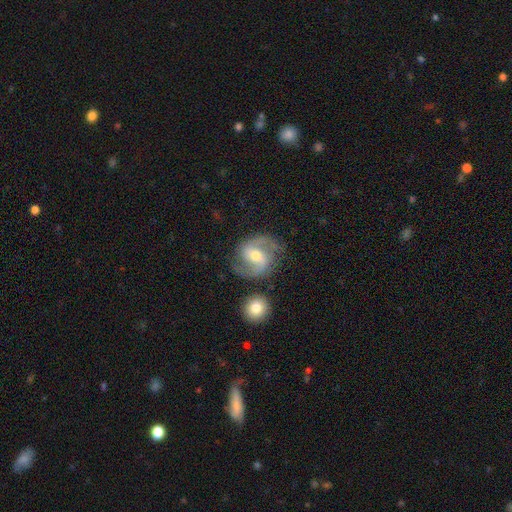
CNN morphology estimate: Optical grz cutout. It shows a featured or disk galaxy (87%) with a weak bar (47%), 2 (93%) medium (58%) spiral arms (97%) and a moderate central bulge (62%). Merging: none (79%).